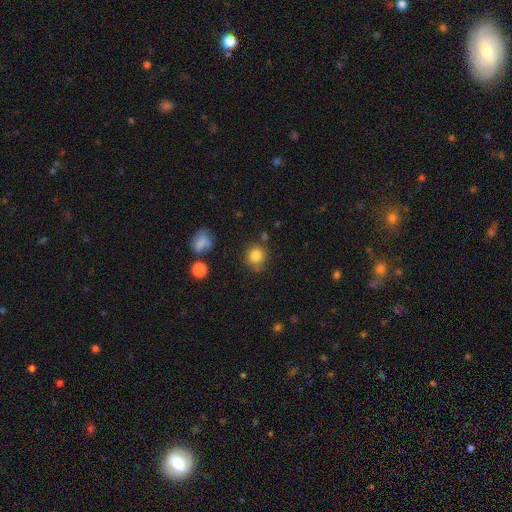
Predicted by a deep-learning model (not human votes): The model was most divided on "merging": none: 79%, minor disturbance: 13%, merger: 4%, major disturbance: 4%. More confident: how rounded — round (85%); smooth or featured — smooth (82%).